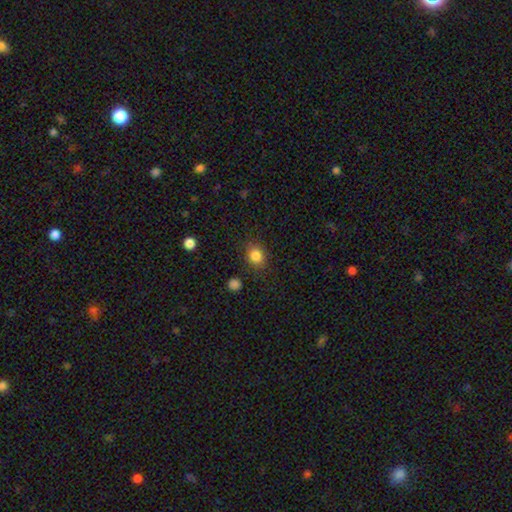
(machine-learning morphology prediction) Smooth or featured: smooth — 84% (star or artifact — 11%)
How rounded: round — 63% (in between — 36%)
Merging: none — 84% (minor disturbance — 10%)